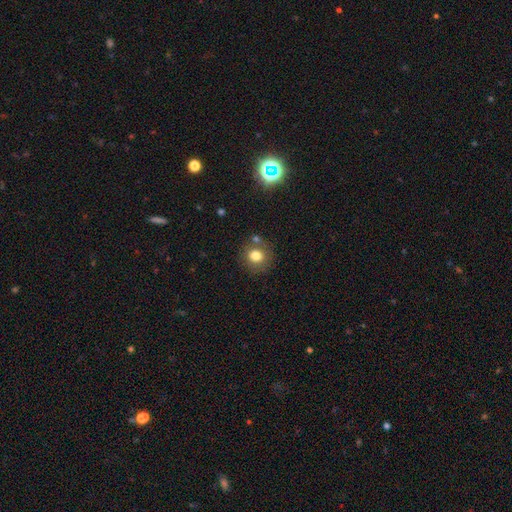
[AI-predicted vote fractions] This appears to be a smooth galaxy with no disk features (78%) that is round (82%). Merging: none (75%).